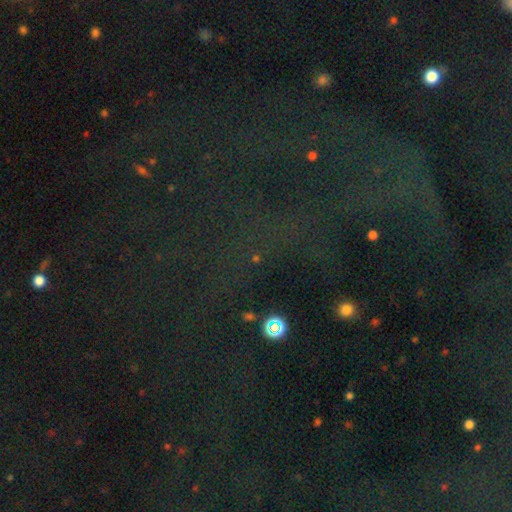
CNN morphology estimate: type=star or artifact (76%).